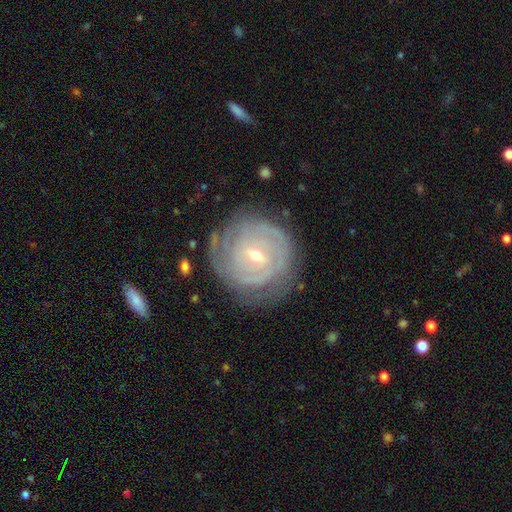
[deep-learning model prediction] This is clearly a featured or disk galaxy (84%). It is clearly not viewed edge-on (97%). Bar: possibly weak (52%). Spiral arm pattern: clearly yes (93%). Spiral arm count: marginally can't tell (43%). Spiral winding: clearly tight (81%). Central bulge: possibly small (53%). Merging: likely none (73%).